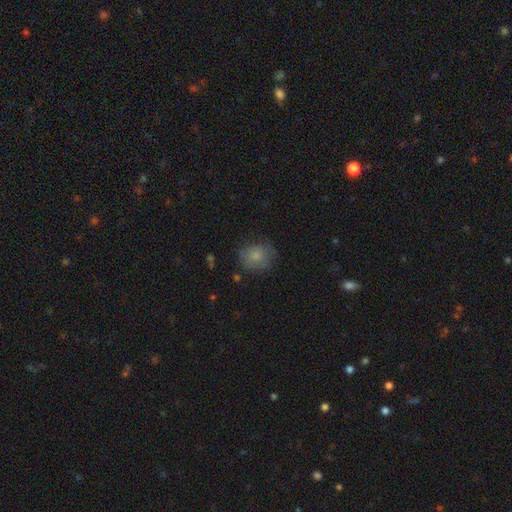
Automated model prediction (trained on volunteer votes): The model was most divided on "merging": none: 69%, minor disturbance: 22%, major disturbance: 8%, merger: 2%. More confident: smooth or featured — smooth (74%); how rounded — round (74%).